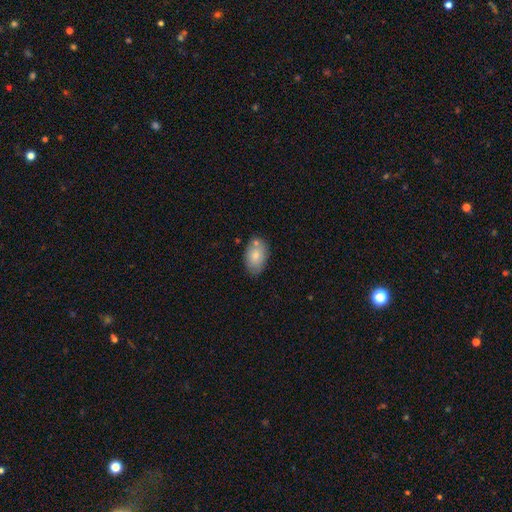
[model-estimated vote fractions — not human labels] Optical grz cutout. It shows a smooth galaxy with no disk features (78%) that is in between round and cigar-shaped (90%). Merging: none (69%).